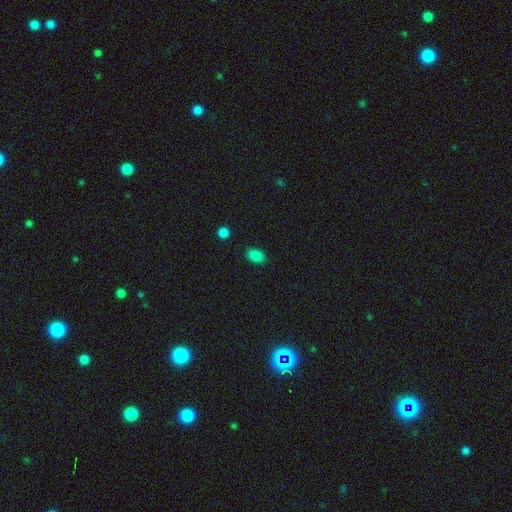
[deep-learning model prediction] Smooth or featured?
  - smooth: 85% *
  - star or artifact: 11%
  - featured or disk: 4%
How rounded?
  - in between: 82% *
  - round: 17%
  - cigar-shaped: 1%
Merging?
  - none: 86% *
  - minor disturbance: 10%
  - major disturbance: 2%
  - merger: 2%